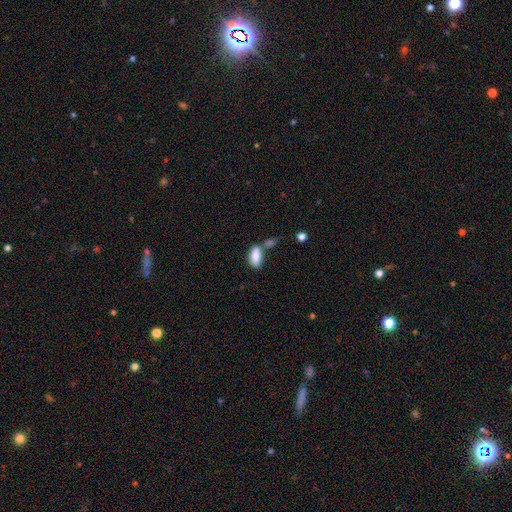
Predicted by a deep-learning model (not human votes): Smooth or featured? Predicted: smooth (p=0.85). How rounded? Predicted: in between (p=0.89). Merging? Predicted: none (p=0.40).